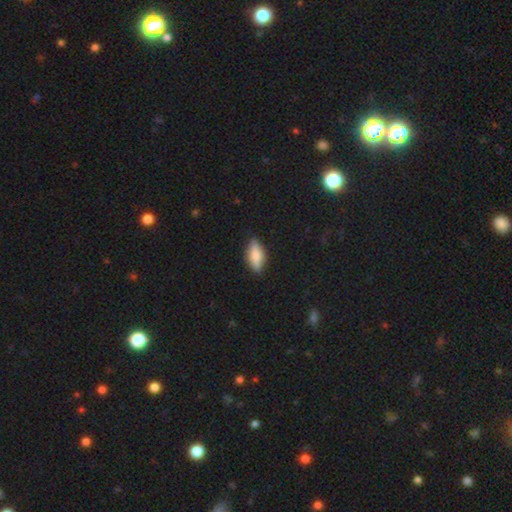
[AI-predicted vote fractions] Overall: smooth (70%). How rounded: in between (72%). Merging: none (85%).